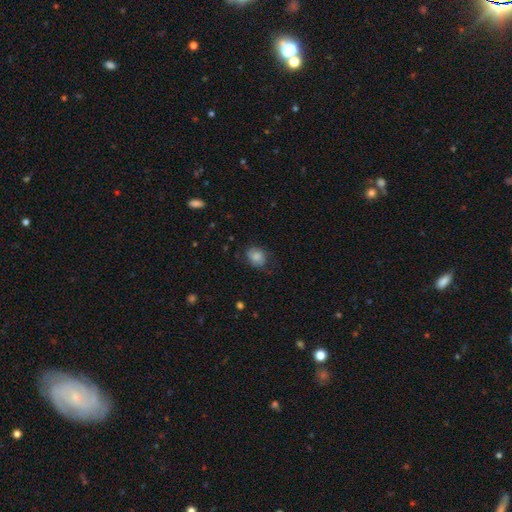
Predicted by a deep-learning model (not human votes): Smooth or featured? Predicted: smooth (p=0.72). How rounded? Predicted: in between (p=0.52). Merging? Predicted: none (p=0.65).